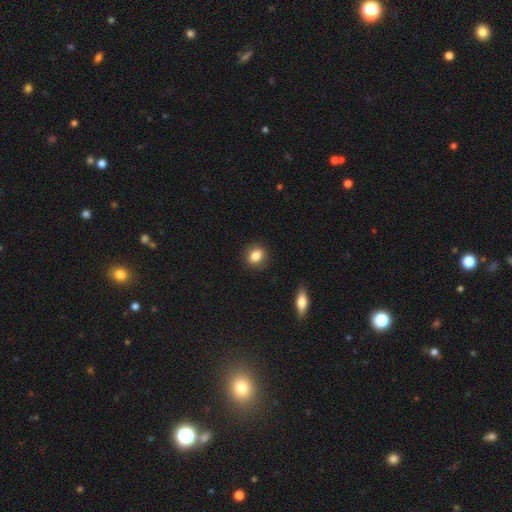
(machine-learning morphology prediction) A smooth galaxy with no disk features (85%) that is round (57%). Merging: none (88%).